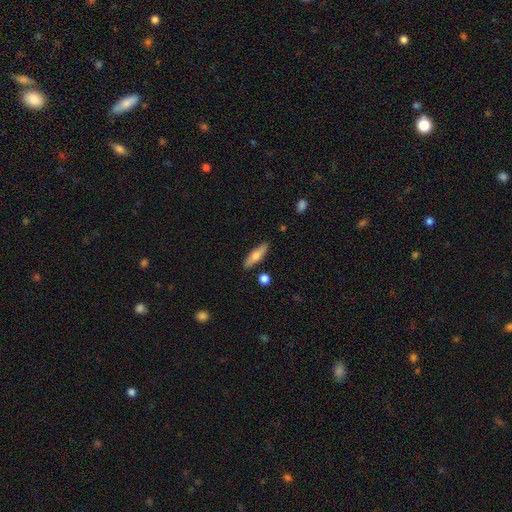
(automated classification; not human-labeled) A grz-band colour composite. It shows a smooth galaxy with no disk features (60%) that is cigar-shaped (65%). Merging: none (87%).